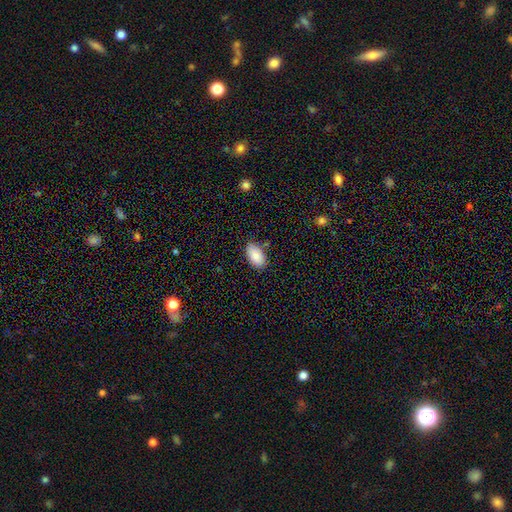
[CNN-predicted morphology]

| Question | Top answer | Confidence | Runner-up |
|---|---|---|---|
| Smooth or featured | smooth | 86% | featured or disk (7%) |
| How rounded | in between | 94% | round (4%) |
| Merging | none | 81% | minor disturbance (14%) |